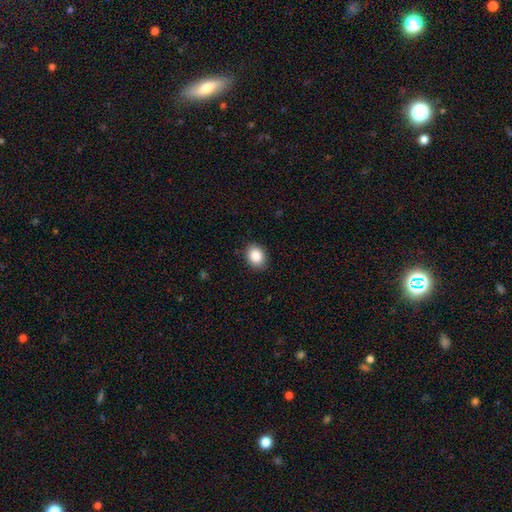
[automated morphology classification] This appears to be a smooth galaxy with no disk features (87%) that is in between round and cigar-shaped (59%). Merging: none (88%).